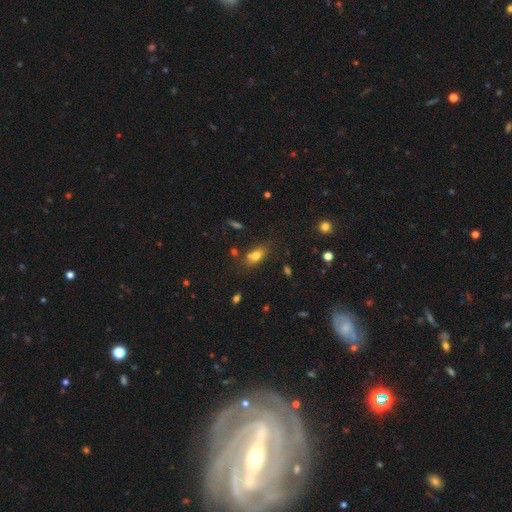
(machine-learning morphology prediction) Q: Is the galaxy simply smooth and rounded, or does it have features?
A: smooth — 73%.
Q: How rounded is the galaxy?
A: in between — 78%.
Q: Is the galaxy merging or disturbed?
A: none — 61%.